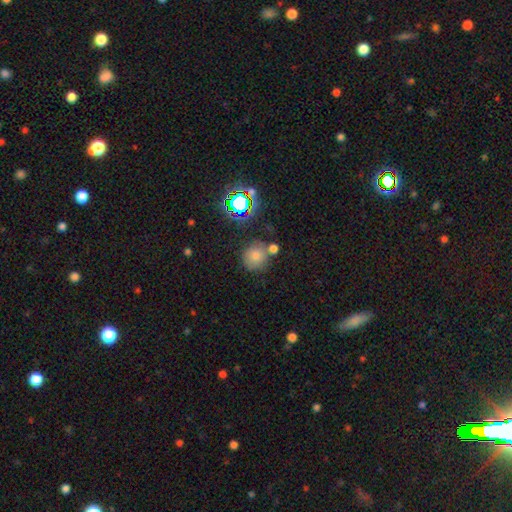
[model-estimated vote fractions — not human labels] Smooth or featured? Predicted: smooth (p=0.72). How rounded? Predicted: round (p=0.86). Merging? Predicted: none (p=0.62).